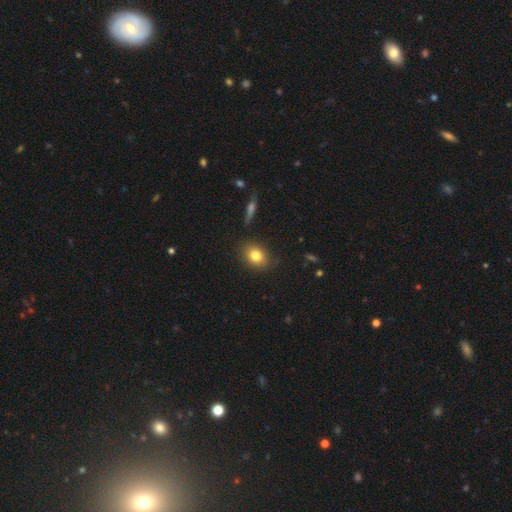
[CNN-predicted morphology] Smooth or featured? smooth (80%)
How rounded? in between (57%)
Merging? none (85%)